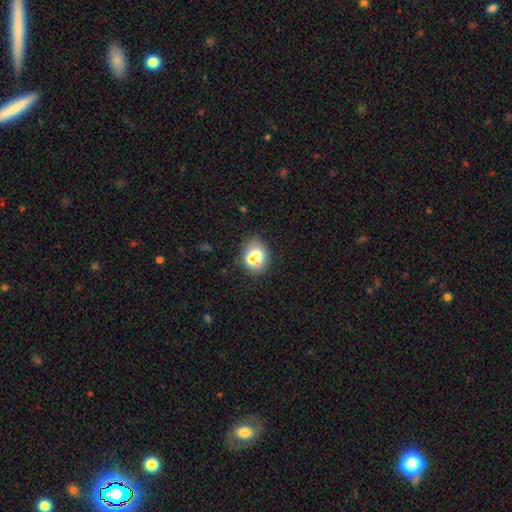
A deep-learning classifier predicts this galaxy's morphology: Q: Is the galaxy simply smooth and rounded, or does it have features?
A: smooth — 68%.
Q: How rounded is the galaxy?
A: round — 56%.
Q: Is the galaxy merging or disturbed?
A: none — 52%.